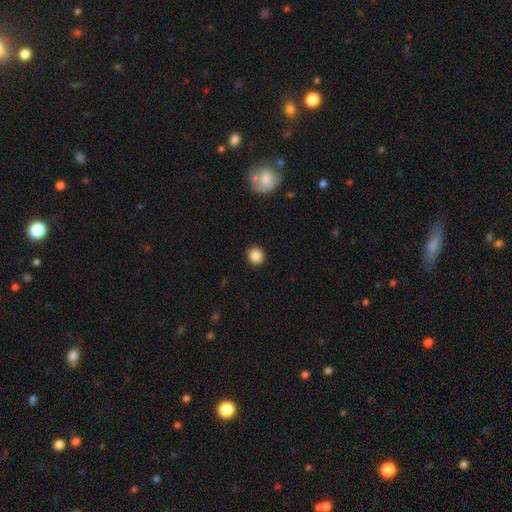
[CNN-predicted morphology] This appears to be a smooth galaxy with no disk features (86%) that is round (89%). Merging: none (92%).